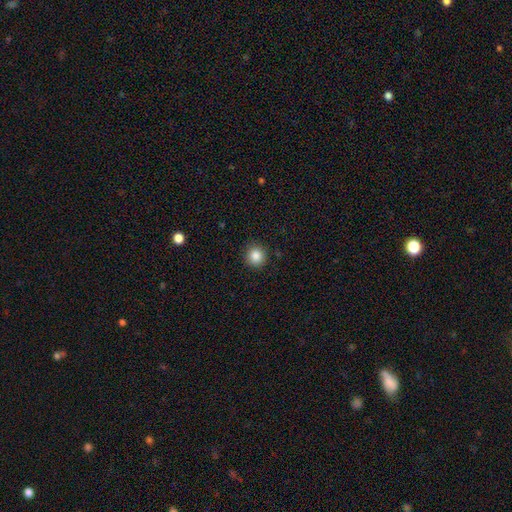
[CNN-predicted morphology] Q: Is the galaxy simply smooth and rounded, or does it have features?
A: smooth — 86%.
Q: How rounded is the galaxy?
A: round — 92%.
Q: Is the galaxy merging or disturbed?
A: none — 90%.